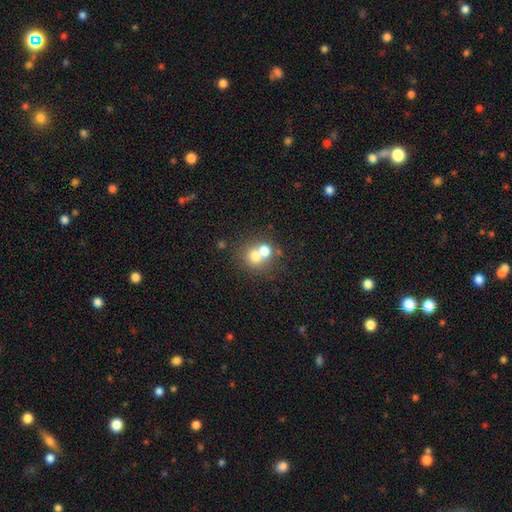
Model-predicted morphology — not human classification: smooth 68%, featured or disk 18%, star or artifact 14%. Down the decision tree: how rounded — round (80%); merging — merger (55%).